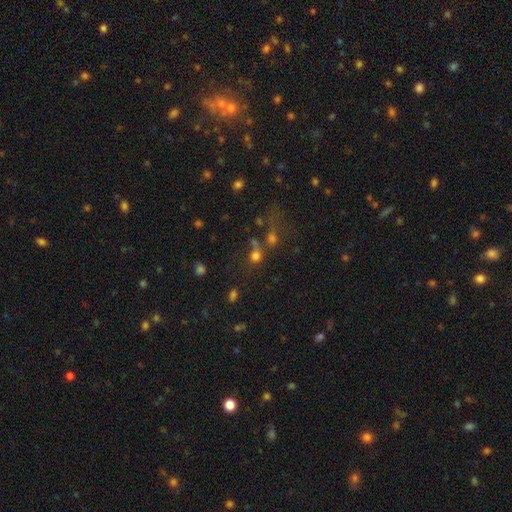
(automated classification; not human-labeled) Overall: smooth (69%). How rounded: round (80%). Merging: none (47%; merger 33%).